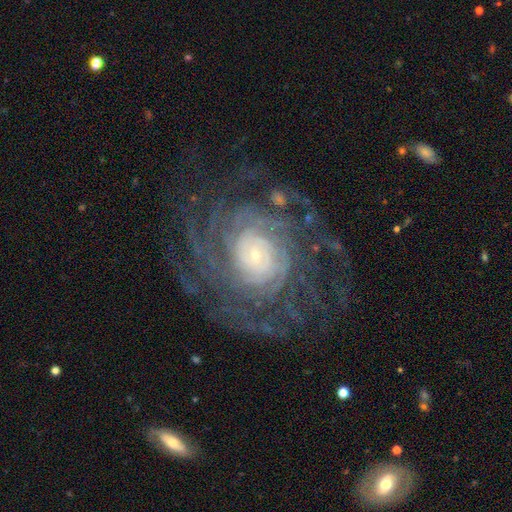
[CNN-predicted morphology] Smooth or featured? Predicted: featured or disk (p=0.88). Edge-on disk? Predicted: no (p=0.97). Bar? Predicted: no (p=0.75). Spiral arms? Predicted: yes (p=0.97). Spiral winding? Predicted: tight (p=0.77). Spiral arm count? Predicted: more than 4 (p=0.28). Bulge size? Predicted: small (p=0.72). Merging? Predicted: none (p=0.74).